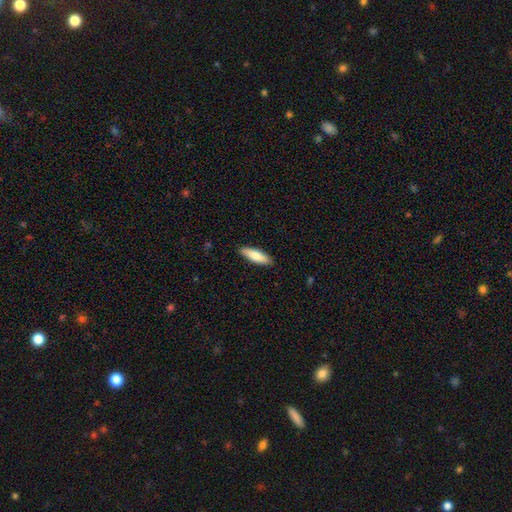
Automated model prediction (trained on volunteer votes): This is likely a smooth galaxy (78%). How rounded: possibly cigar-shaped (53%). Merging: clearly none (89%).